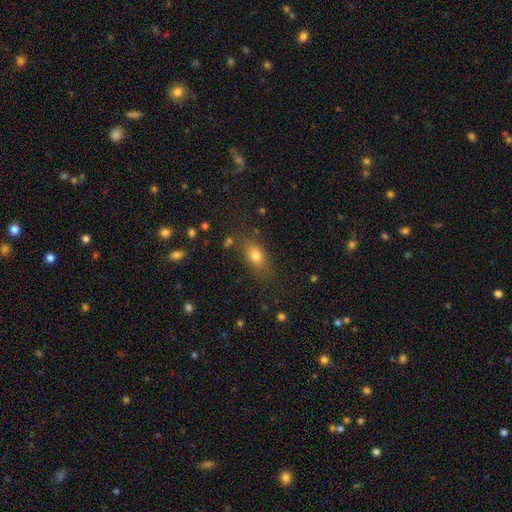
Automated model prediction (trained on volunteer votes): This is likely a smooth galaxy (76%). How rounded: likely in between (73%). Merging: likely none (75%).